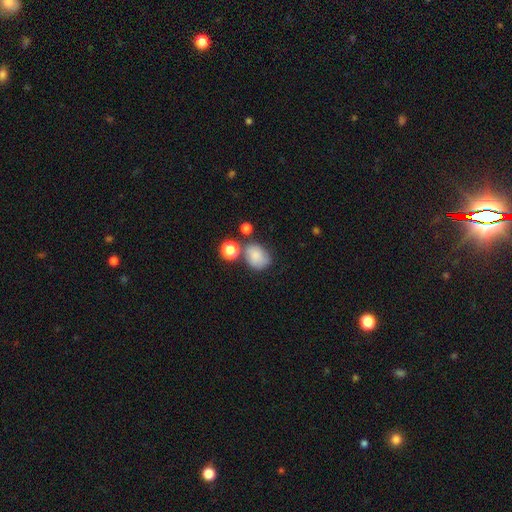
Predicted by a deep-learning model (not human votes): The model was most divided on "how rounded": in between: 64%, round: 35%, cigar-shaped: 1%. More confident: smooth or featured — smooth (81%); merging — none (55%).